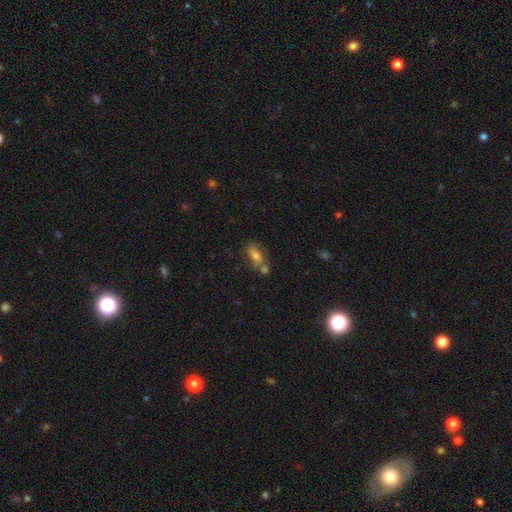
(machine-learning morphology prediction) smooth-or-featured: smooth: 65% | featured or disk: 25% | star or artifact: 10%
  how-rounded: in between: 79% | cigar-shaped: 13% | round: 7%
  merging: none: 47% | merger: 31% | minor disturbance: 16% | major disturbance: 6%